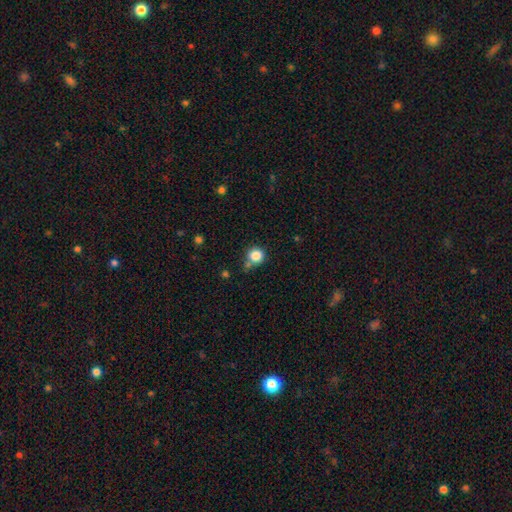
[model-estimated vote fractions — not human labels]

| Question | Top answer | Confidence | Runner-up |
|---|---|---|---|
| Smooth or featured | smooth | 84% | star or artifact (11%) |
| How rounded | round | 91% | in between (8%) |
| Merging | none | 66% | minor disturbance (16%) |